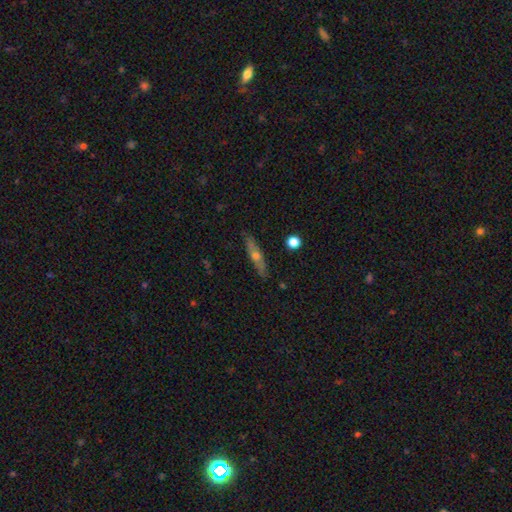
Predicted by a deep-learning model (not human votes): Q: Smooth or featured?
A: featured or disk (50%); runner-up: smooth (43%)
Q: Edge-on disk?
A: yes (80%); runner-up: no (20%)
Q: Merging?
A: none (85%); runner-up: minor disturbance (11%)